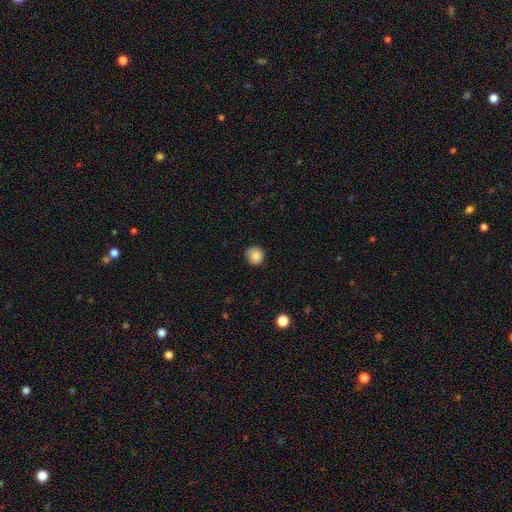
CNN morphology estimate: smooth 87%, star or artifact 9%, featured or disk 4%. Down the decision tree: how rounded — round (92%); merging — none (84%).